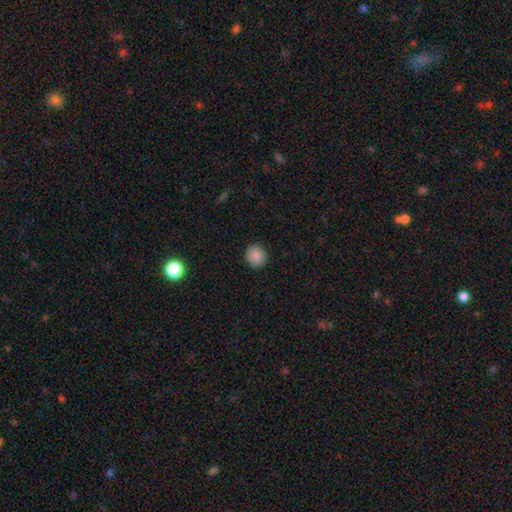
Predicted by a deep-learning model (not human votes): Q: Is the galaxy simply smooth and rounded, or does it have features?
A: smooth — 87%.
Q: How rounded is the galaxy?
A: round — 84%.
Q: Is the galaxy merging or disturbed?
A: none — 91%.